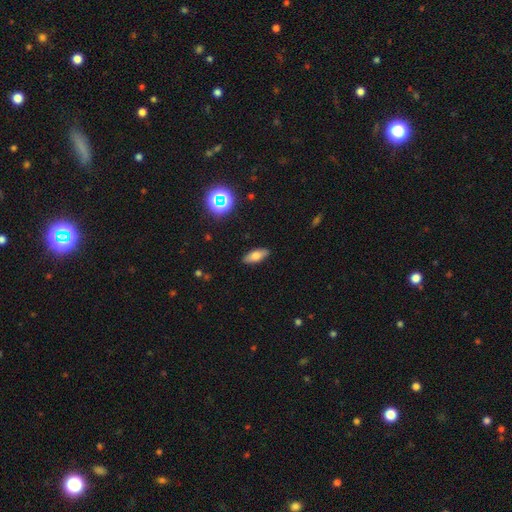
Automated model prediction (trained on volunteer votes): This is likely a smooth galaxy (71%). How rounded: likely in between (75%). Merging: clearly none (88%).